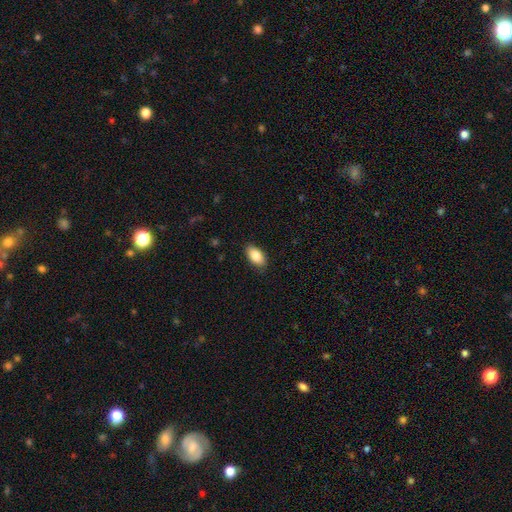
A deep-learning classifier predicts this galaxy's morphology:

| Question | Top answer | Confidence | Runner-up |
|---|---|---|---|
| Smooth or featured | smooth | 85% | featured or disk (8%) |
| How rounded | in between | 93% | round (4%) |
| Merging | none | 87% | minor disturbance (10%) |